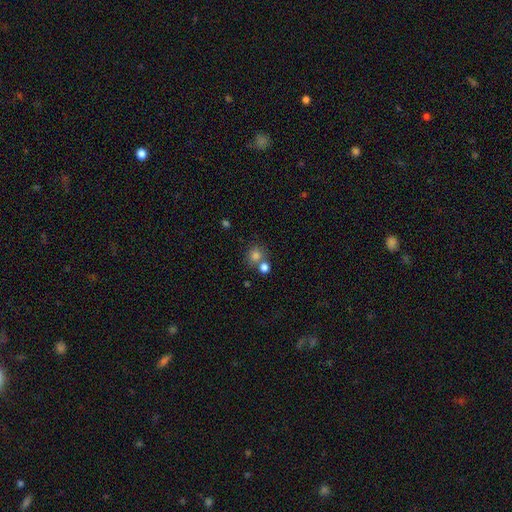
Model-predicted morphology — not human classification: Smooth or featured: smooth — 79% (star or artifact — 13%)
How rounded: round — 85% (in between — 14%)
Merging: none — 58% (merger — 30%)